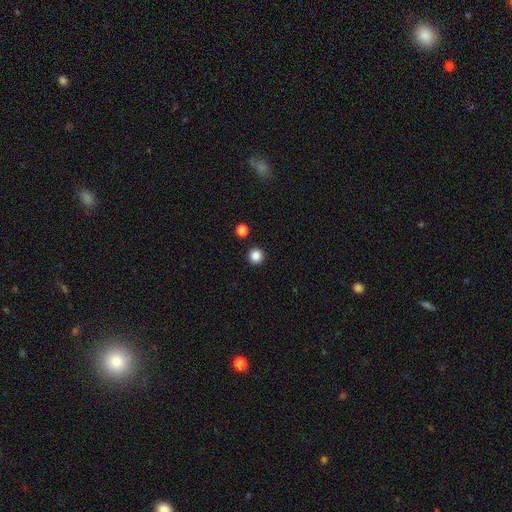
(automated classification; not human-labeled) smooth 86%, star or artifact 11%, featured or disk 3%. Down the decision tree: how rounded — round (95%); merging — none (92%).